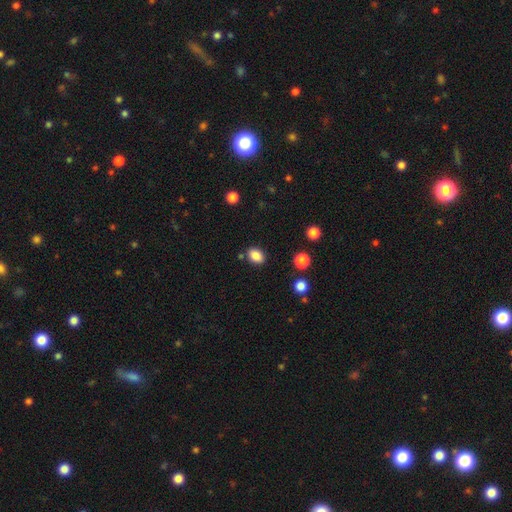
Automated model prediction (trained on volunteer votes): This is clearly a smooth galaxy (86%). How rounded: likely in between (73%). Merging: clearly none (84%).